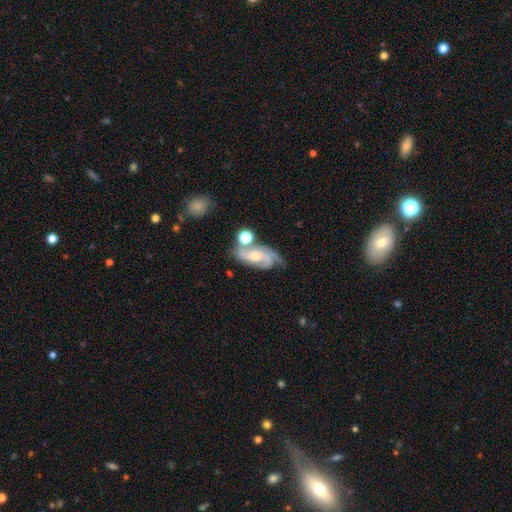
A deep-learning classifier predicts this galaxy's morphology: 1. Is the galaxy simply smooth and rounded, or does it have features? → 77% featured or disk, 16% smooth, 8% star or artifact.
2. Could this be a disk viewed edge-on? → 95% no, 5% yes.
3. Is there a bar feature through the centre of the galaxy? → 59% no, 32% weak, 9% strong.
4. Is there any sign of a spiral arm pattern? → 95% yes, 5% no.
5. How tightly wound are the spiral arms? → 47% medium, 34% tight, 20% loose.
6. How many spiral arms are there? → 38% 2, 35% 3, 14% can't tell, 6% 4, 4% 1, 3% more than 4.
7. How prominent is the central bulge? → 47% moderate, 44% small, 4% none, 3% large, 1% dominant.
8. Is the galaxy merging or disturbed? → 51% none, 21% minor disturbance, 17% merger, 12% major disturbance.